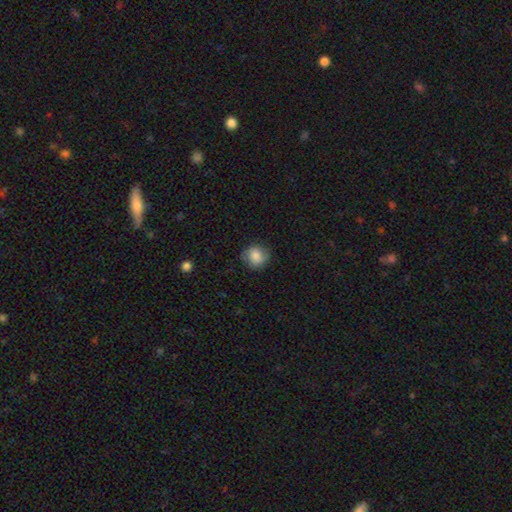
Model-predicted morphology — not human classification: smooth_or_featured: smooth (p=0.80) [alt: featured or disk p=0.12]
how_rounded: round (p=0.86) [alt: in between p=0.13]
merging: none (p=0.82) [alt: minor disturbance p=0.14]